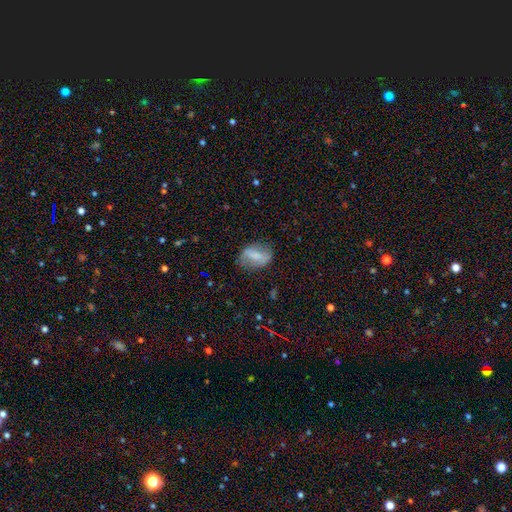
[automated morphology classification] This appears to be a smooth galaxy with no disk features (53%) that is in between round and cigar-shaped (77%). Merging: none (72%).